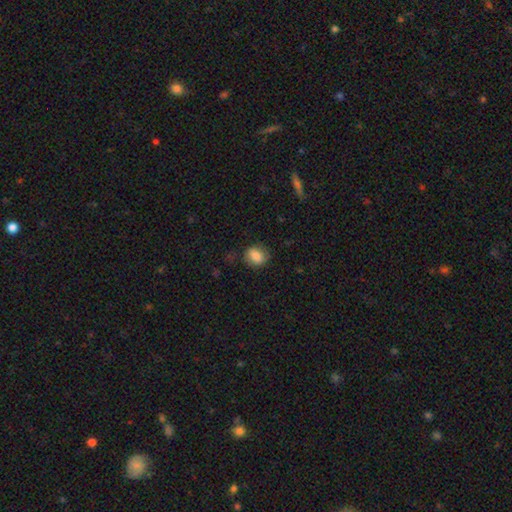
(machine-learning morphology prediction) Smooth or featured? smooth (81%)
How rounded? round (53%)
Merging? none (76%)